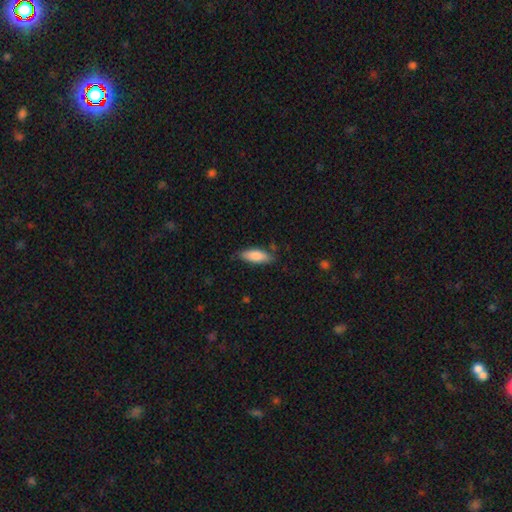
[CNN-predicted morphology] Q: Smooth or featured?
A: smooth (82%); runner-up: featured or disk (12%)
Q: How rounded?
A: in between (67%); runner-up: cigar-shaped (31%)
Q: Merging?
A: none (75%); runner-up: minor disturbance (19%)